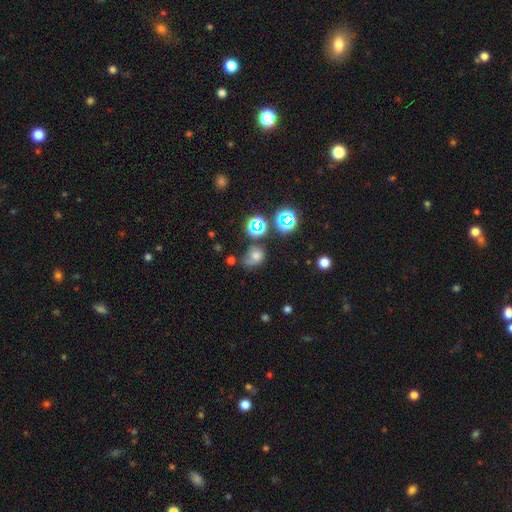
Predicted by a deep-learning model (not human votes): Morphology: type=smooth (54%); roundness=round (60%); merging=none (46%).